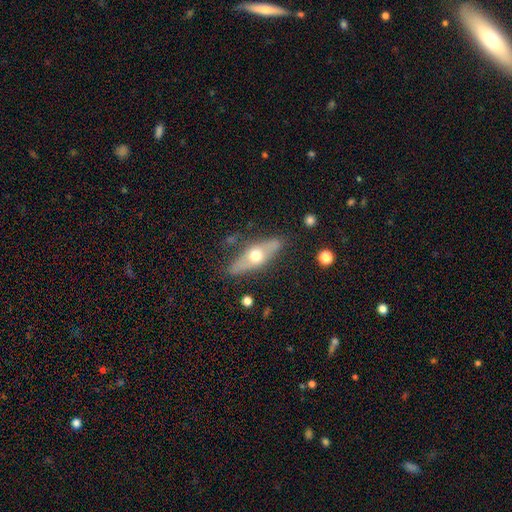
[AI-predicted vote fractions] Smooth or featured?
  - featured or disk: 52% *
  - smooth: 42%
  - star or artifact: 6%
Edge-on disk?
  - yes: 70% *
  - no: 30%
Merging?
  - none: 78% *
  - minor disturbance: 15%
  - major disturbance: 4%
  - merger: 3%